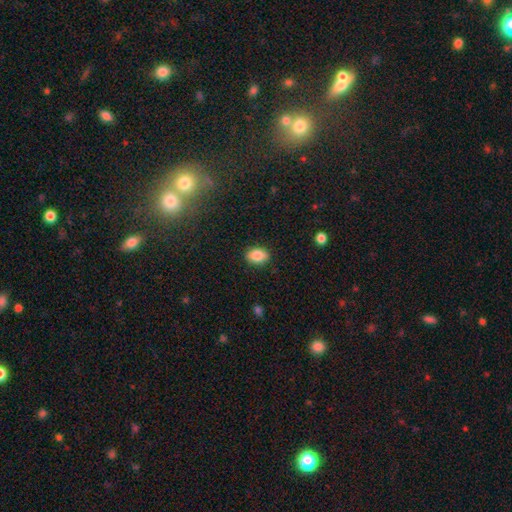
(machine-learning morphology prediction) A smooth galaxy with no disk features (87%) that is in between round and cigar-shaped (82%). Merging: none (88%).